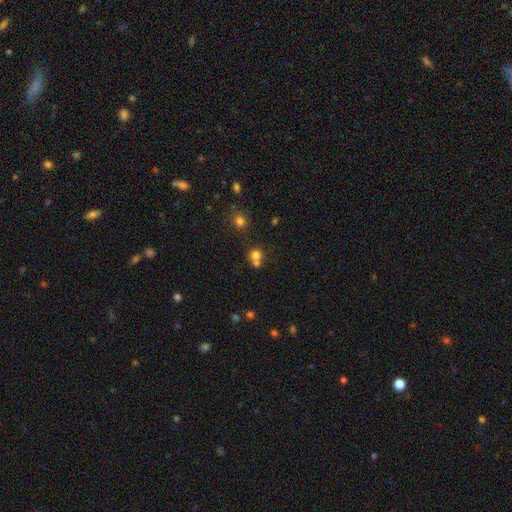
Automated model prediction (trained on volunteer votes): Morphology: type=smooth (72%); roundness=round (84%); merging=none (47%).